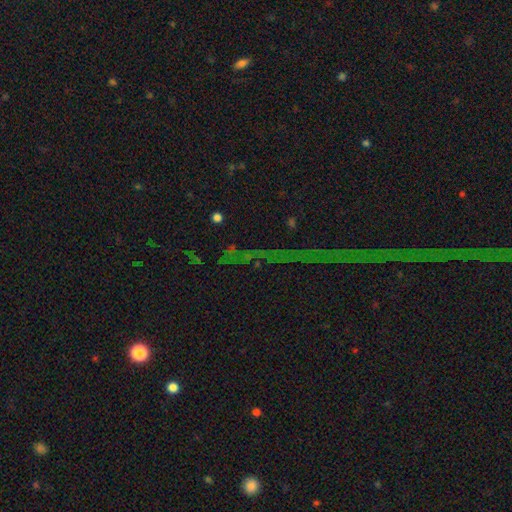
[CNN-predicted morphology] Smooth or featured: star or artifact — 83% (featured or disk — 9%)